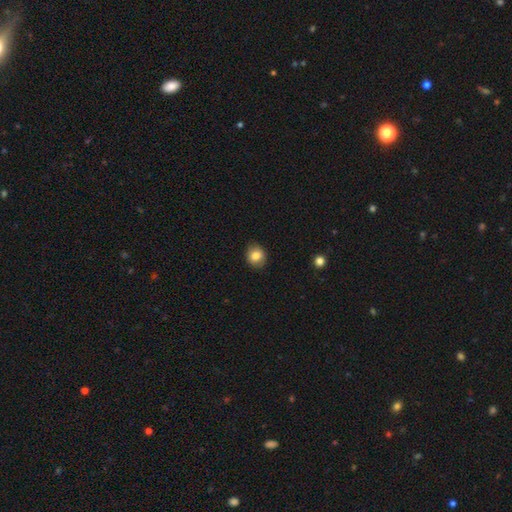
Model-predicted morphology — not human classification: This appears to be a smooth galaxy with no disk features (82%) that is round (73%). Merging: none (85%).